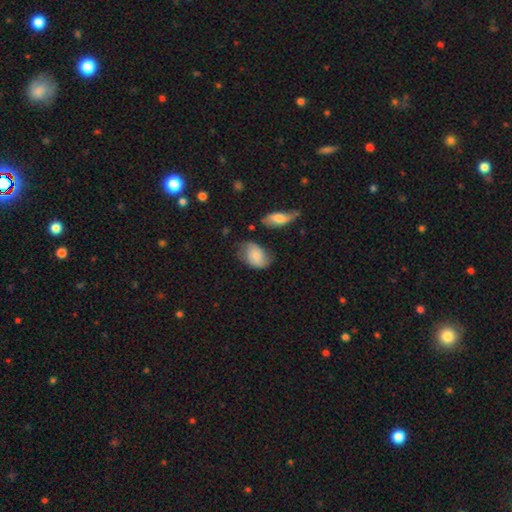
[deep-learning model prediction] Smooth or featured?
  - smooth: 65% *
  - featured or disk: 28%
  - star or artifact: 7%
How rounded?
  - in between: 84% *
  - round: 14%
  - cigar-shaped: 1%
Merging?
  - none: 50% *
  - minor disturbance: 32%
  - major disturbance: 12%
  - merger: 6%